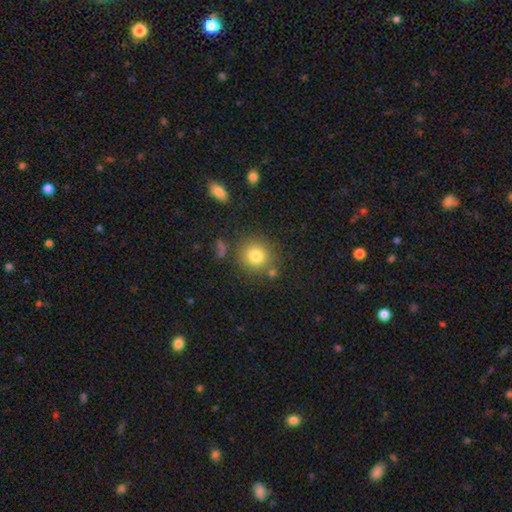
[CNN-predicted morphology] Q: Smooth or featured?
A: smooth (80%); runner-up: star or artifact (12%)
Q: How rounded?
A: round (90%); runner-up: in between (9%)
Q: Merging?
A: none (80%); runner-up: minor disturbance (10%)